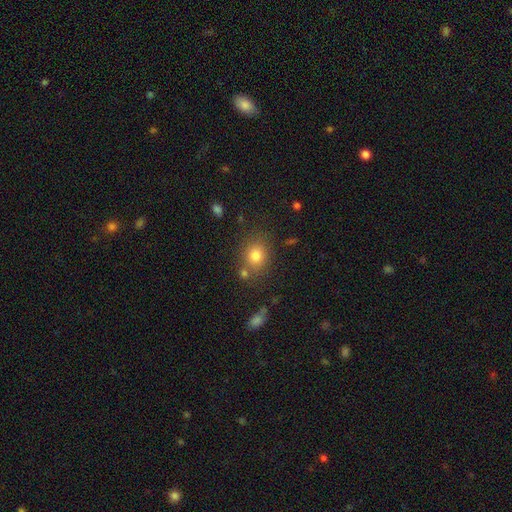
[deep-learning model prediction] Smooth or featured: smooth — 78% (star or artifact — 13%)
How rounded: round — 61% (in between — 37%)
Merging: none — 74% (minor disturbance — 12%)